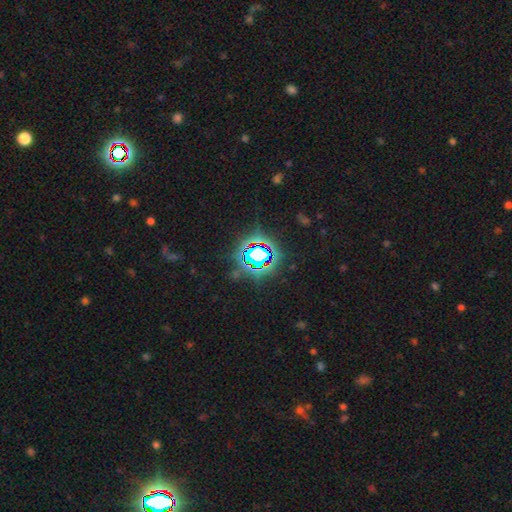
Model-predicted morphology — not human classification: Smooth or featured: star or artifact — 77% (smooth — 14%)